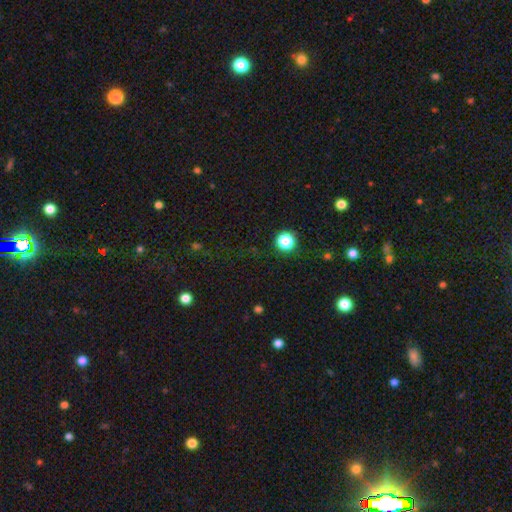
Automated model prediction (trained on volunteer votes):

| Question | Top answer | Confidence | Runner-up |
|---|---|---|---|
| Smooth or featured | star or artifact | 70% | smooth (21%) |